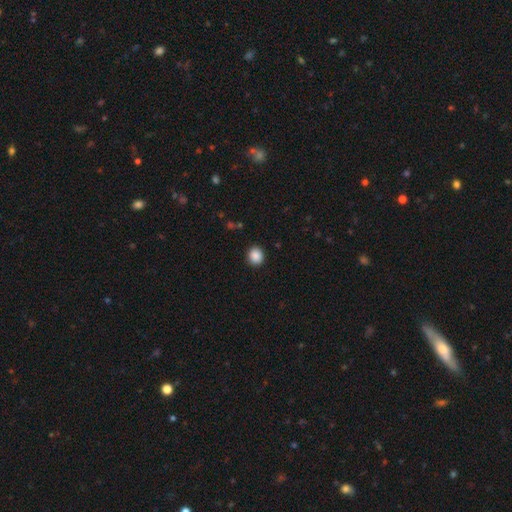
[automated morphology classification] smooth-or-featured: smooth: 88% | star or artifact: 9% | featured or disk: 3%
  how-rounded: round: 80% | in between: 19% | cigar-shaped: 1%
  merging: none: 91% | minor disturbance: 6% | major disturbance: 2% | merger: 1%